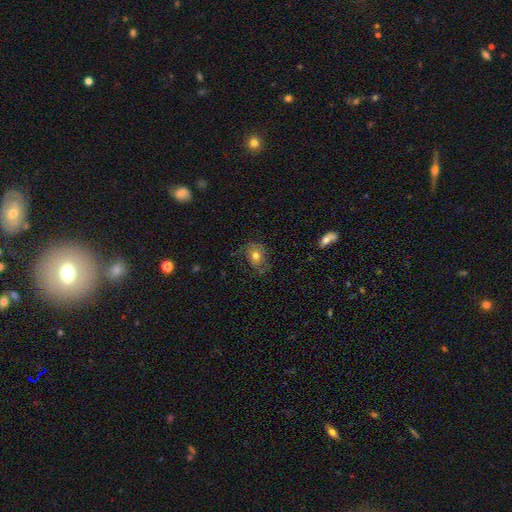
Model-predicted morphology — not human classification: Smooth or featured: smooth — 51% (featured or disk — 39%)
How rounded: round — 51% (in between — 48%)
Merging: none — 60% (minor disturbance — 23%)